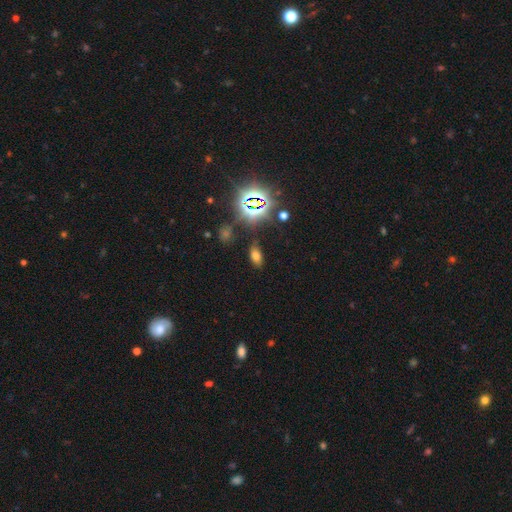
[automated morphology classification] This is possibly a smooth galaxy (59%). How rounded: clearly in between (87%). Merging: clearly none (81%).